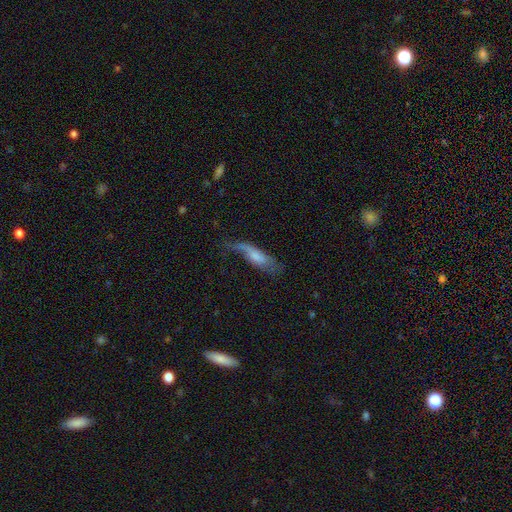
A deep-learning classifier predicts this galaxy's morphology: smooth 51%, featured or disk 42%, star or artifact 7%. Down the decision tree: how rounded — in between (49%); merging — none (36%).